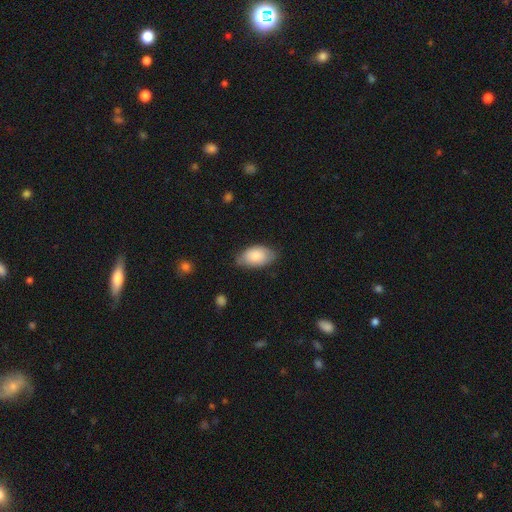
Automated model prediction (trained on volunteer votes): Smooth or featured?
  - smooth: 83% *
  - featured or disk: 11%
  - star or artifact: 6%
How rounded?
  - in between: 94% *
  - round: 5%
  - cigar-shaped: 2%
Merging?
  - none: 70% *
  - minor disturbance: 25%
  - major disturbance: 4%
  - merger: 1%